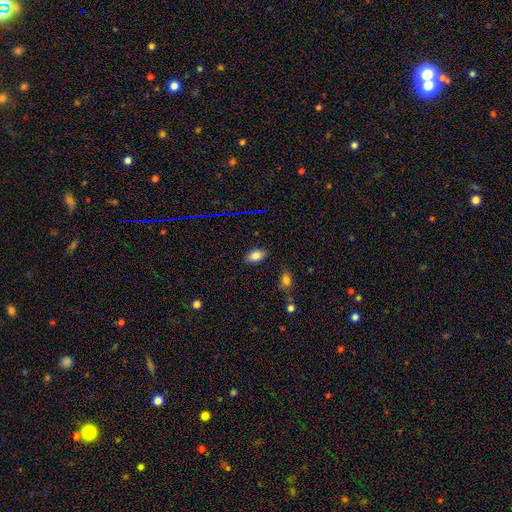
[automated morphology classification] type=smooth (81%); roundness=in between (91%); merging=none (84%).